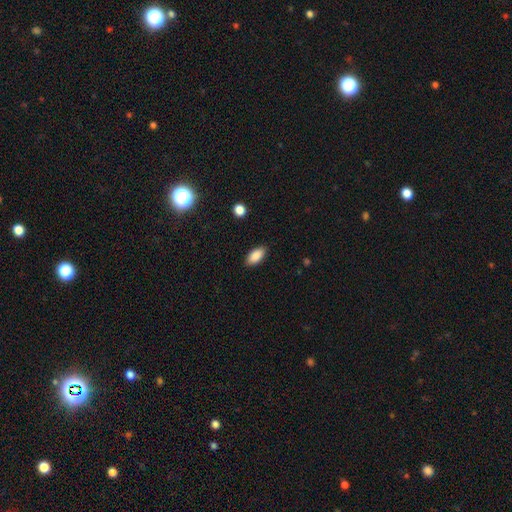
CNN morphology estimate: smooth 88%, star or artifact 7%, featured or disk 5%. Down the decision tree: how rounded — in between (91%); merging — none (87%).